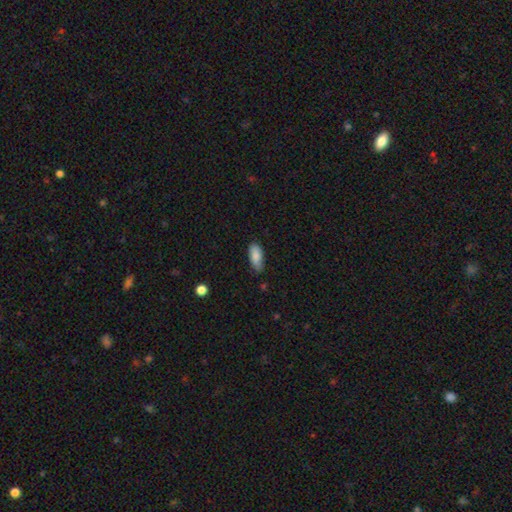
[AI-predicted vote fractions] This is clearly a smooth galaxy (85%). How rounded: clearly in between (85%). Merging: likely none (73%).